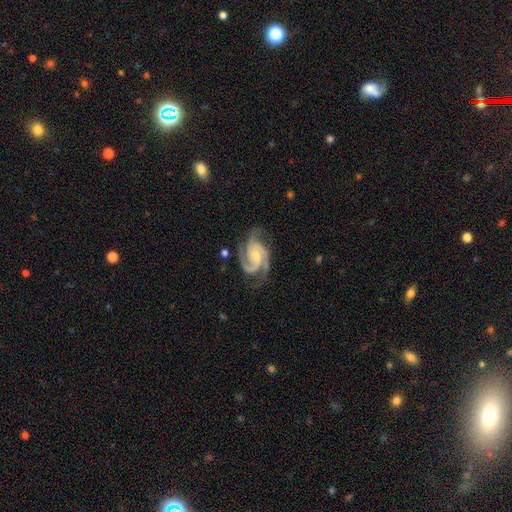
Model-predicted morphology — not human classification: The model was most divided on "spiral winding": medium: 50%, tight: 43%, loose: 6%. More confident: spiral arms — yes (99%); edge-on disk — no (98%); smooth or featured — featured or disk (94%); merging — none (71%); spiral arm count — 3 (59%); bar — no (57%); bulge size — small (52%).